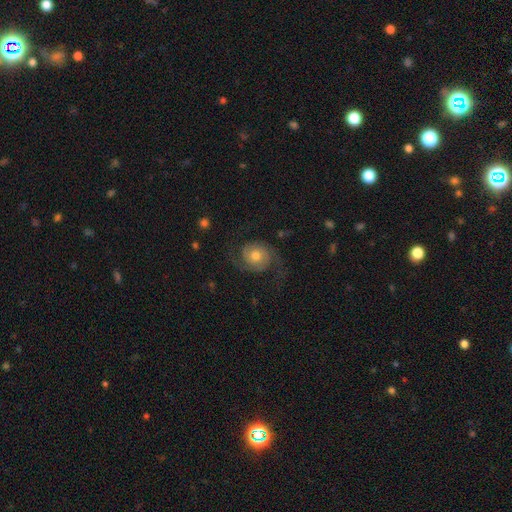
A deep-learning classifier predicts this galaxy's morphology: The model was most divided on "spiral winding": medium: 45%, loose: 34%, tight: 21%. More confident: edge-on disk — no (98%); spiral arms — yes (96%); spiral arm count — 2 (89%); smooth or featured — featured or disk (77%); bar — no (75%); merging — none (69%); bulge size — moderate (66%).